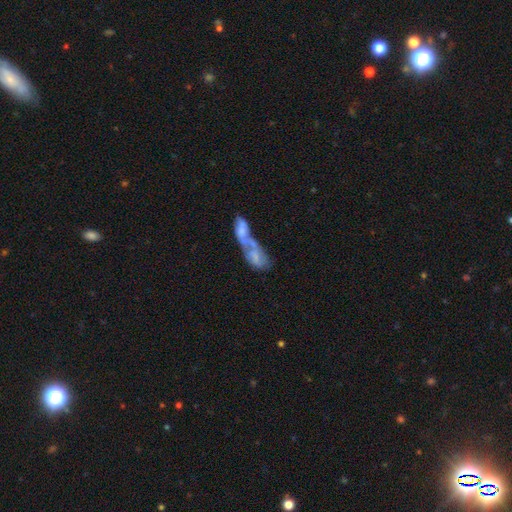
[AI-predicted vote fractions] Smooth or featured? Predicted: smooth (p=0.52). How rounded? Predicted: in between (p=0.81). Merging? Predicted: merger (p=0.77).